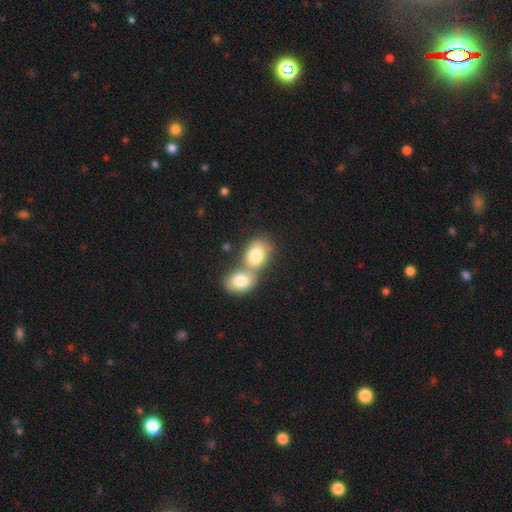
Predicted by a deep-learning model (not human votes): The model was most divided on "how rounded": in between: 64%, round: 35%, cigar-shaped: 1%. More confident: smooth or featured — smooth (78%); merging — merger (68%).